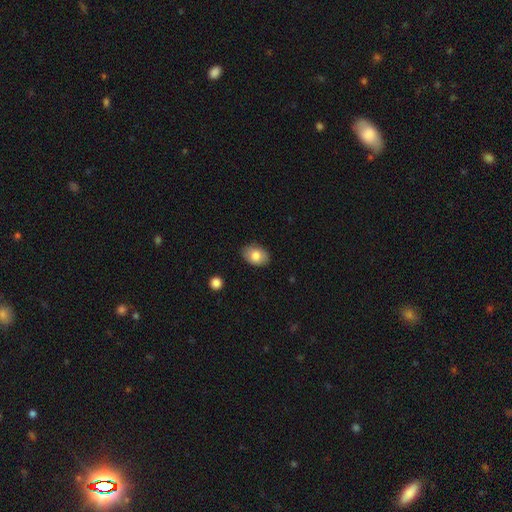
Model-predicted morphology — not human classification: Smooth or featured? smooth (81%)
How rounded? in between (80%)
Merging? none (85%)